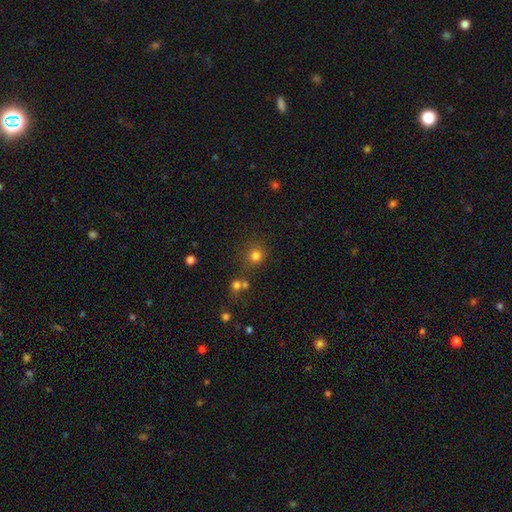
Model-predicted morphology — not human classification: Smooth or featured?
  - smooth: 77% *
  - star or artifact: 17%
  - featured or disk: 6%
How rounded?
  - round: 90% *
  - in between: 10%
  - cigar-shaped: 1%
Merging?
  - none: 75% *
  - merger: 11%
  - minor disturbance: 10%
  - major disturbance: 4%